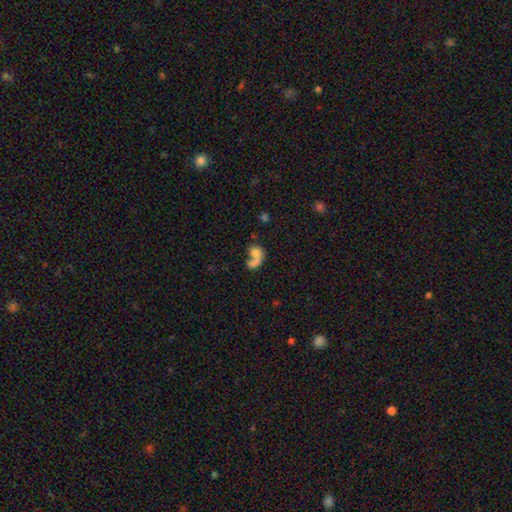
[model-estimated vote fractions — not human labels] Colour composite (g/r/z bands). It shows a smooth galaxy with no disk features (65%) that is in between round and cigar-shaped (54%). Merging: merger (55%).